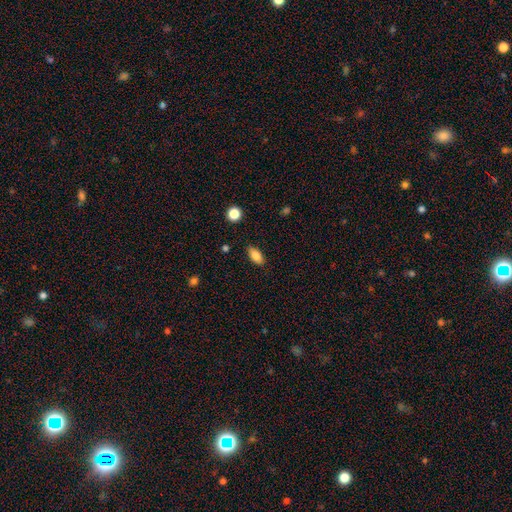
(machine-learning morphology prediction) Q: Smooth or featured?
A: smooth (84%); runner-up: star or artifact (8%)
Q: How rounded?
A: in between (88%); runner-up: cigar-shaped (8%)
Q: Merging?
A: none (85%); runner-up: minor disturbance (11%)